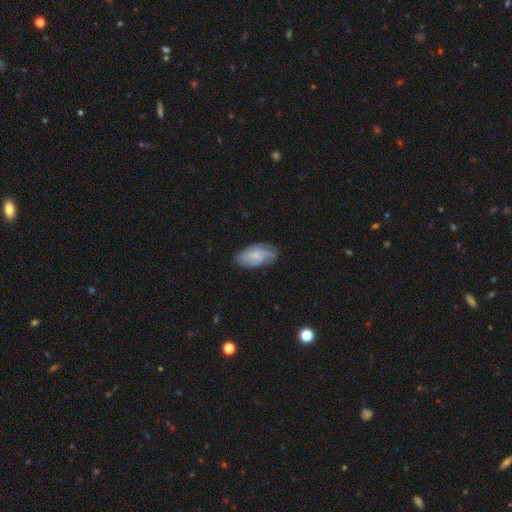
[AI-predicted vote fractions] smooth_or_featured: featured or disk (p=0.55) [alt: smooth p=0.39]
disk_edge_on: no (p=0.95) [alt: yes p=0.05]
bar: no (p=0.69) [alt: weak p=0.27]
has_spiral_arms: yes (p=0.87) [alt: no p=0.13]
bulge_size: small (p=0.67) [alt: moderate p=0.19]
merging: none (p=0.66) [alt: minor disturbance p=0.25]